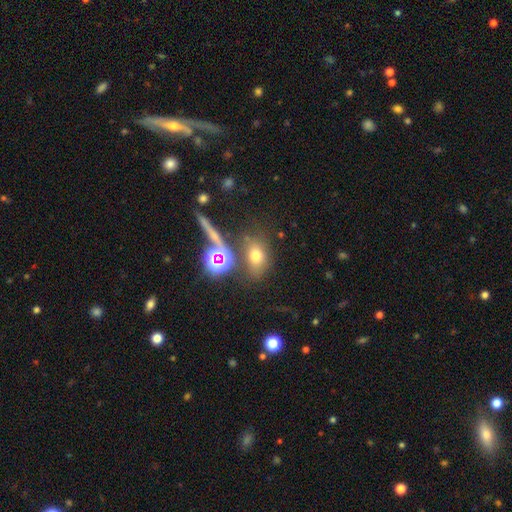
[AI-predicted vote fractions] A smooth galaxy with no disk features (64%) that is in between round and cigar-shaped (64%). Merging: none (69%).